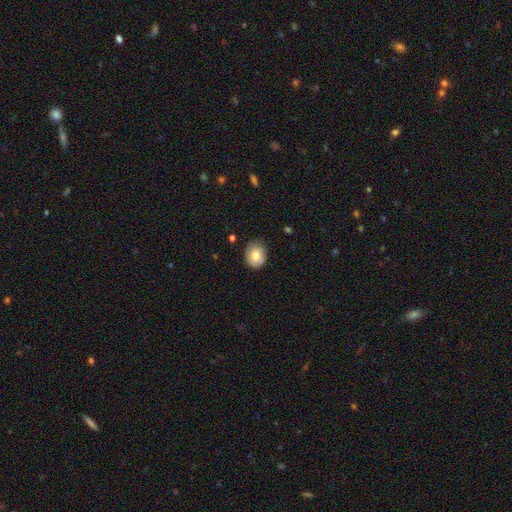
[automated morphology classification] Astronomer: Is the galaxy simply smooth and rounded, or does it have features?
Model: smooth — 78%.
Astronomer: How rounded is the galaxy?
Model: round — 63%.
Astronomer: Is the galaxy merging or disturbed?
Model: none — 77%.